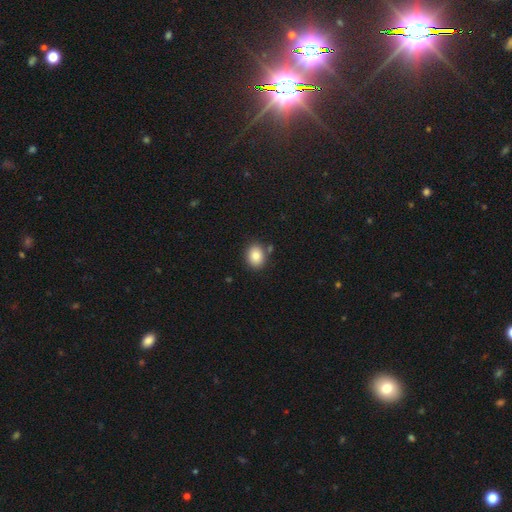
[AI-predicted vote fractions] A smooth galaxy with no disk features (85%) that is in between round and cigar-shaped (50%).

Vote fractions:
- Smooth or featured? smooth: 85% / star or artifact: 9% / featured or disk: 7%
- How rounded? in between: 50% / round: 49% / cigar-shaped: 1%
- Merging? none: 80% / minor disturbance: 11% / merger: 6% / major disturbance: 3%